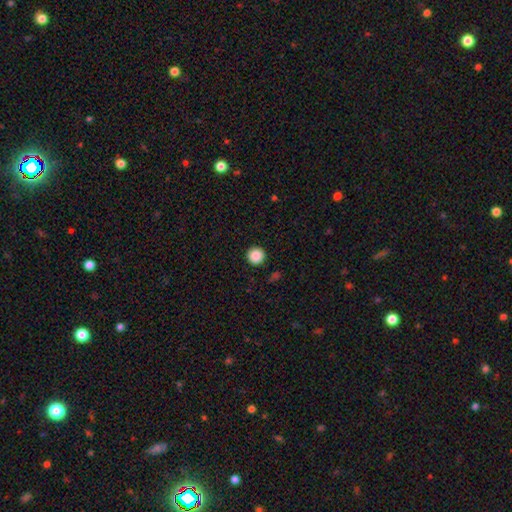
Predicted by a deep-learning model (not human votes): Overall: smooth (89%). How rounded: round (96%). Merging: none (93%).